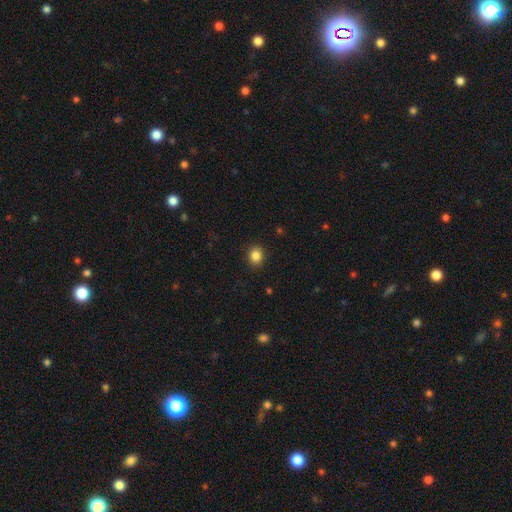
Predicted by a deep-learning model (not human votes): Overall: smooth (85%). How rounded: round (78%). Merging: none (91%).